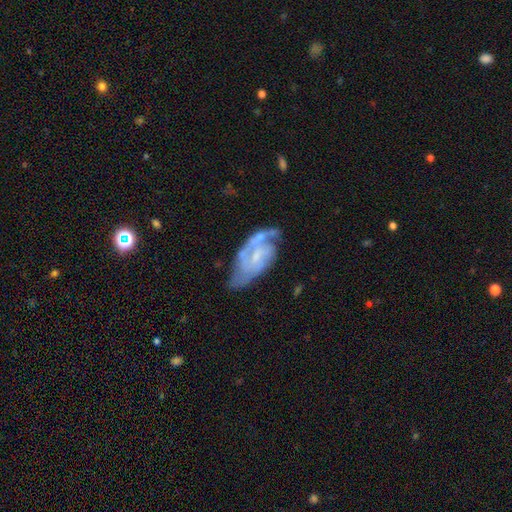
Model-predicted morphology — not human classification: A featured or disk galaxy (77%) with no bar (50%), 2 (48%) medium (42%) spiral arms (85%) and a small central bulge (55%). Merging: none (46%).